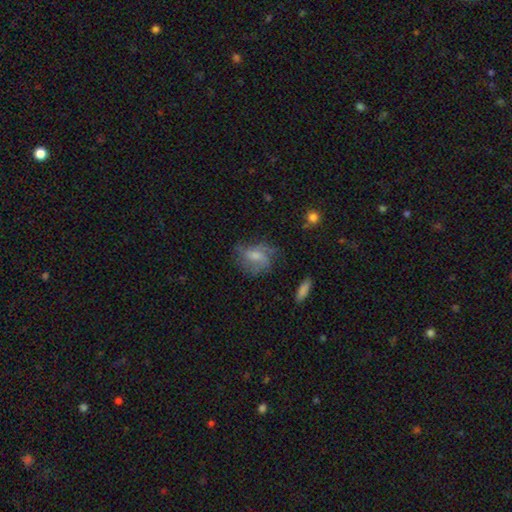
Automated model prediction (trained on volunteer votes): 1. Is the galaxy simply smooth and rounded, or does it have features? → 59% featured or disk, 29% smooth, 13% star or artifact.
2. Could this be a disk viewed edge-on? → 95% no, 5% yes.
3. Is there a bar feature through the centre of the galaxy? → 46% no, 43% weak, 11% strong.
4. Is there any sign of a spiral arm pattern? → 82% yes, 18% no.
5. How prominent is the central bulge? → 43% small, 42% moderate, 10% none, 4% large, 1% dominant.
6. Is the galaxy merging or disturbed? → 58% none, 23% minor disturbance, 16% major disturbance, 2% merger.